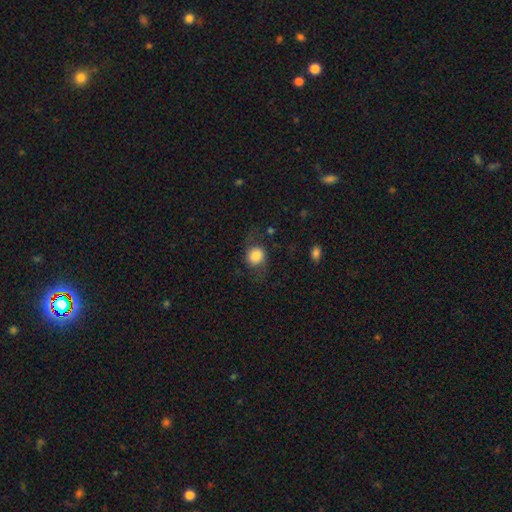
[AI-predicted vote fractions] smooth 73%, featured or disk 18%, star or artifact 9%. Down the decision tree: how rounded — round (78%); merging — none (65%).